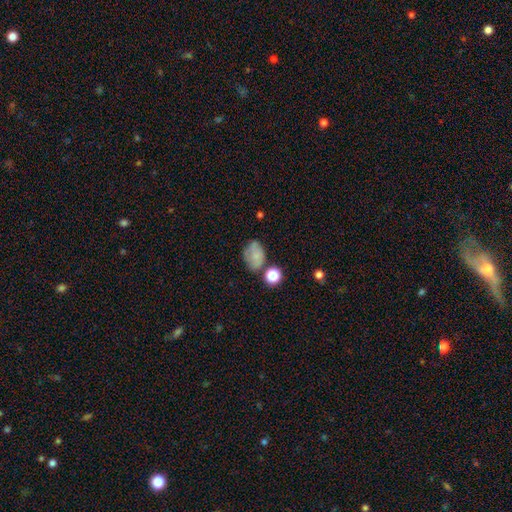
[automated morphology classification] This appears to be a smooth galaxy with no disk features (70%) that is in between round and cigar-shaped (77%). Merging: none (52%).